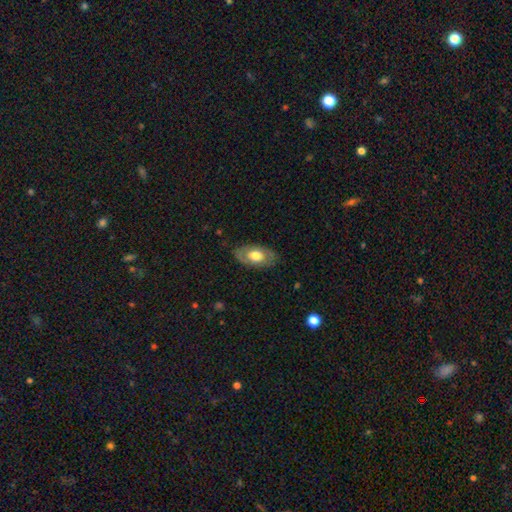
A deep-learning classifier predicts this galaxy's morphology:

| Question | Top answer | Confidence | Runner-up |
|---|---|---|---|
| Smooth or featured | smooth | 56% | featured or disk (38%) |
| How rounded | in between | 91% | round (6%) |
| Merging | none | 80% | minor disturbance (15%) |